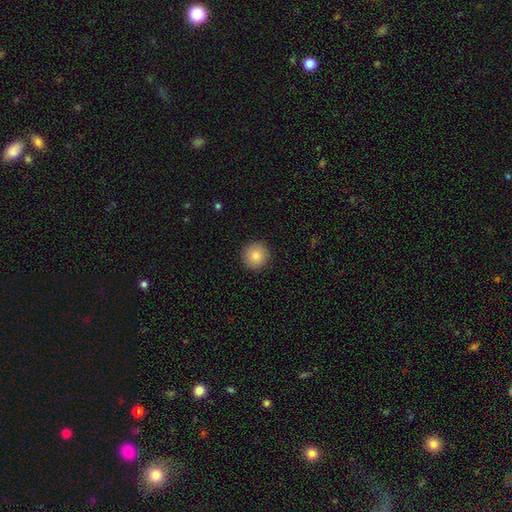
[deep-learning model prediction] A smooth galaxy with no disk features (85%) that is round (96%). Merging: none (93%).